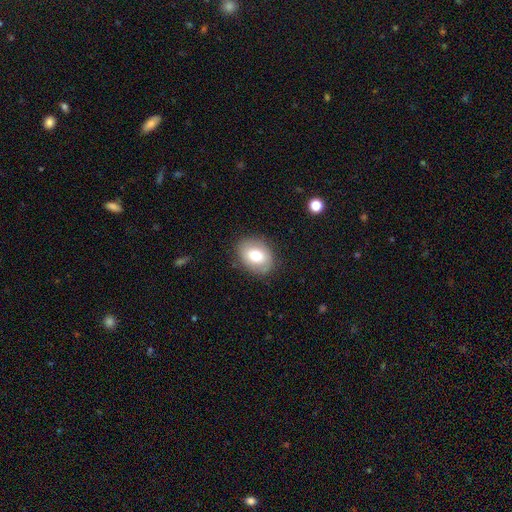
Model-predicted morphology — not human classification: Q: Smooth or featured?
A: smooth (73%); runner-up: featured or disk (19%)
Q: How rounded?
A: in between (63%); runner-up: round (36%)
Q: Merging?
A: none (84%); runner-up: minor disturbance (12%)